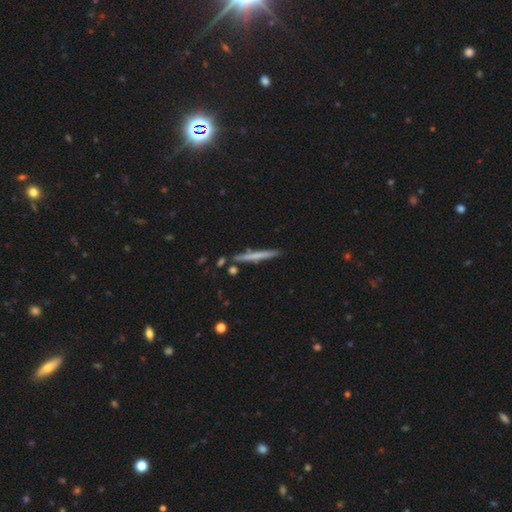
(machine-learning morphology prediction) A smooth galaxy with no disk features (53%) that is cigar-shaped (96%). Merging: none (84%).